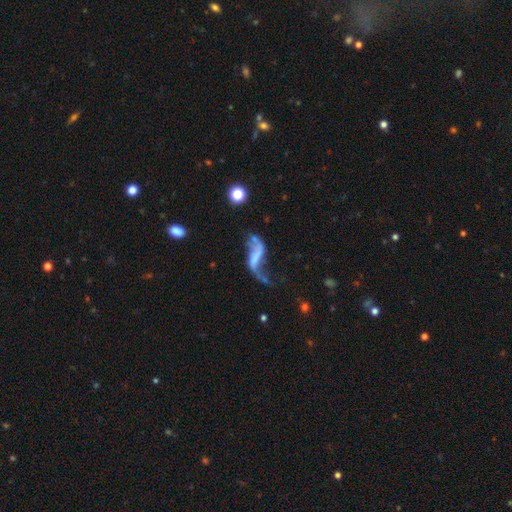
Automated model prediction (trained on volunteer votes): A featured or disk galaxy (75%) with no bar (38%), 2 (86%) loose (94%) spiral arms (81%) and no central bulge (73%). Merging: none (39%).